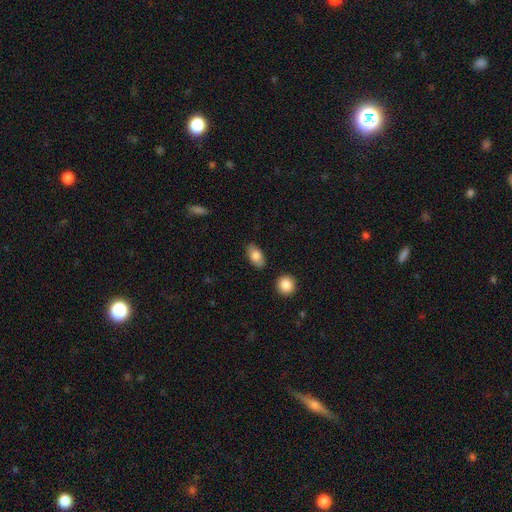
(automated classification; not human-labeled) Q: Smooth or featured?
A: smooth (81%); runner-up: featured or disk (12%)
Q: How rounded?
A: in between (91%); runner-up: round (5%)
Q: Merging?
A: none (84%); runner-up: minor disturbance (11%)